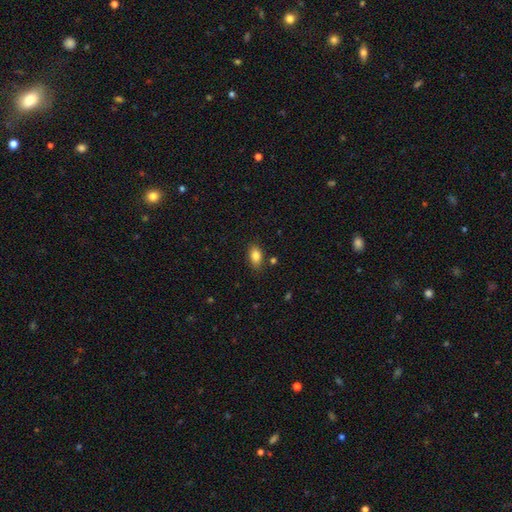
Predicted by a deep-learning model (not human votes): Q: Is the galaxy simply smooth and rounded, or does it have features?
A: smooth — 83%.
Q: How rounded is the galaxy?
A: in between — 87%.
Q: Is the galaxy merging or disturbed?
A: none — 81%.